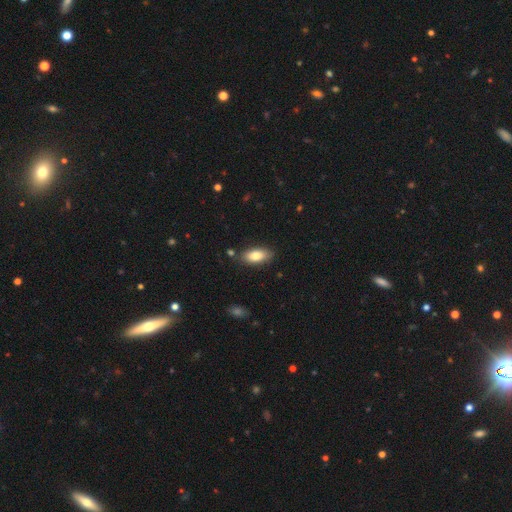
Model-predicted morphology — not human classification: Smooth or featured?
  - smooth: 81% *
  - featured or disk: 12%
  - star or artifact: 7%
How rounded?
  - in between: 86% *
  - cigar-shaped: 11%
  - round: 2%
Merging?
  - none: 83% *
  - minor disturbance: 12%
  - merger: 3%
  - major disturbance: 2%